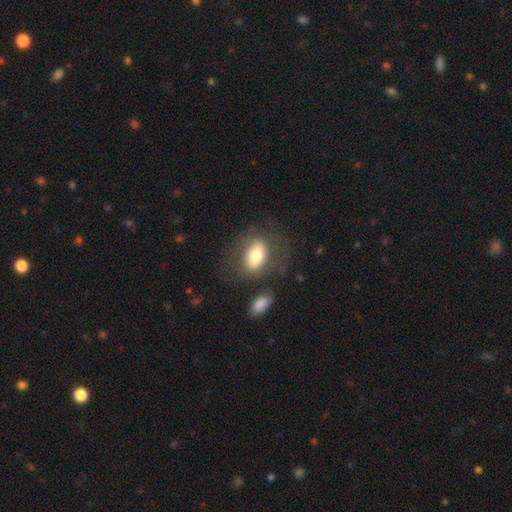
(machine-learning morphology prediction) A smooth galaxy with no disk features (64%) that is in between round and cigar-shaped (78%). Merging: none (64%).